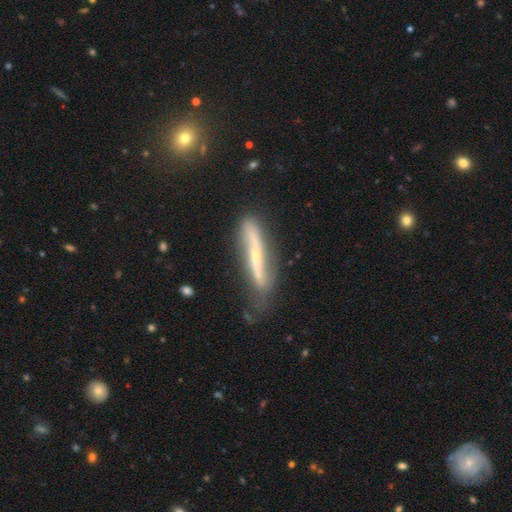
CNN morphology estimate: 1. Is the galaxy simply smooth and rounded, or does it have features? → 69% featured or disk, 24% smooth, 7% star or artifact.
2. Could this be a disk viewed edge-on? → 61% yes, 39% no.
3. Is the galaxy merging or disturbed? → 63% none, 26% minor disturbance, 8% major disturbance, 3% merger.